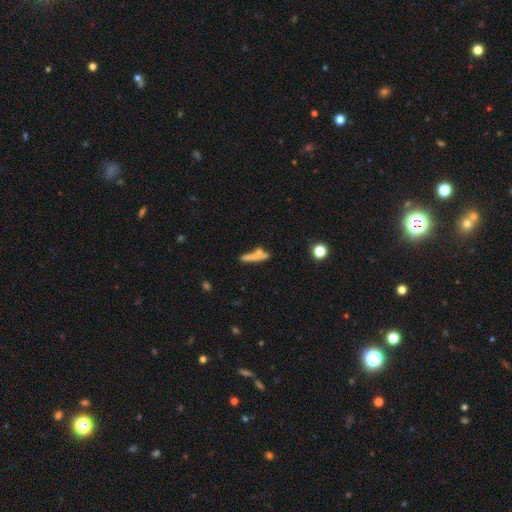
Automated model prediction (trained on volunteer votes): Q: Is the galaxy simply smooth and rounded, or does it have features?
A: smooth — 60%.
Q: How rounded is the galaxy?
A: cigar-shaped — 83%.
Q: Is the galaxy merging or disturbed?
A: none — 53%.